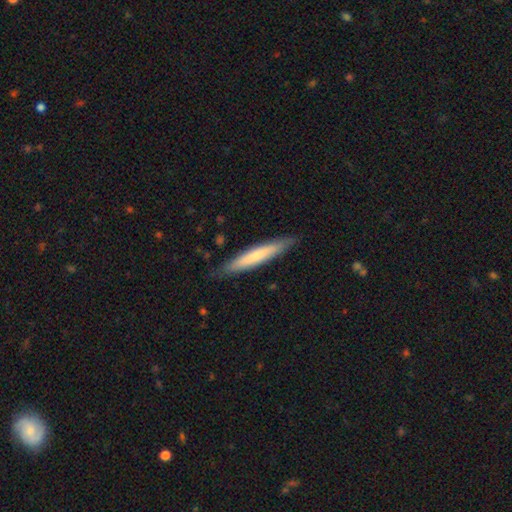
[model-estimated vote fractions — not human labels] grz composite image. It shows a smooth galaxy with no disk features (66%) that is cigar-shaped (94%). Merging: none (87%).